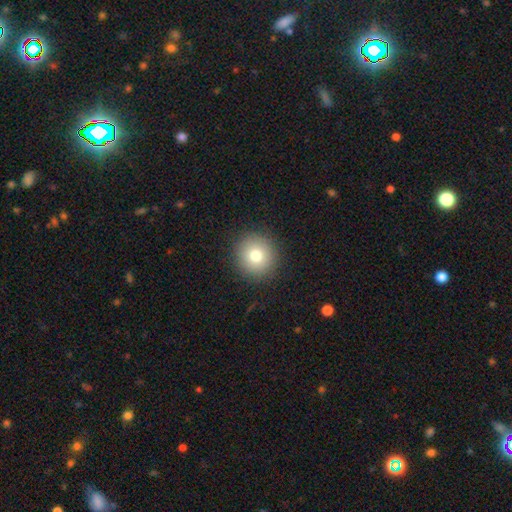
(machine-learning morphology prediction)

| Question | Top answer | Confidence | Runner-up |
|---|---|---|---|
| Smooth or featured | smooth | 77% | star or artifact (11%) |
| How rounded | round | 92% | in between (7%) |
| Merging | none | 91% | minor disturbance (6%) |